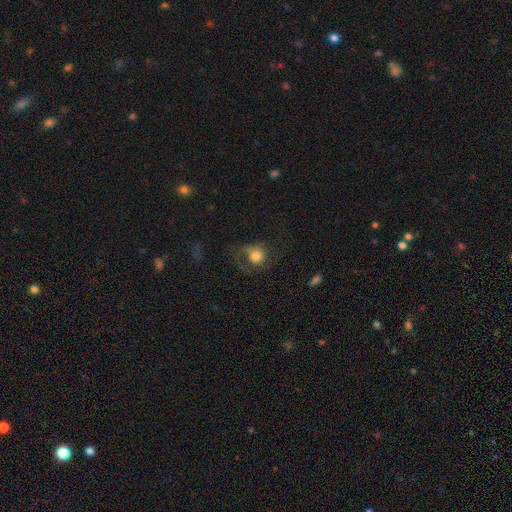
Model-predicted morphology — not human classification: smooth-or-featured: smooth: 65% | featured or disk: 26% | star or artifact: 9%
  how-rounded: round: 78% | in between: 21% | cigar-shaped: 1%
  merging: major disturbance: 40% | none: 38% | minor disturbance: 20% | merger: 2%